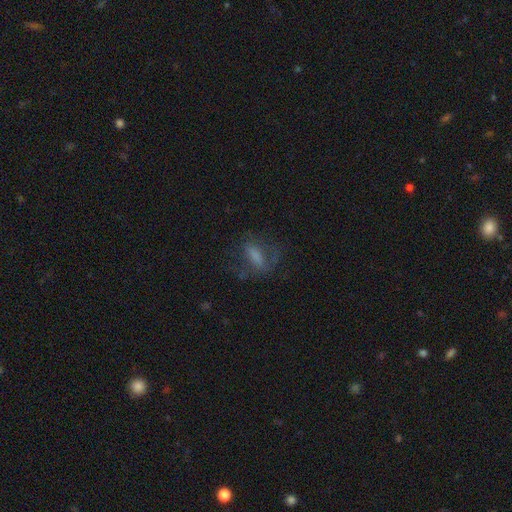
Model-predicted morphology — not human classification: This appears to be a smooth galaxy with no disk features (42%). Merging: none (59%).